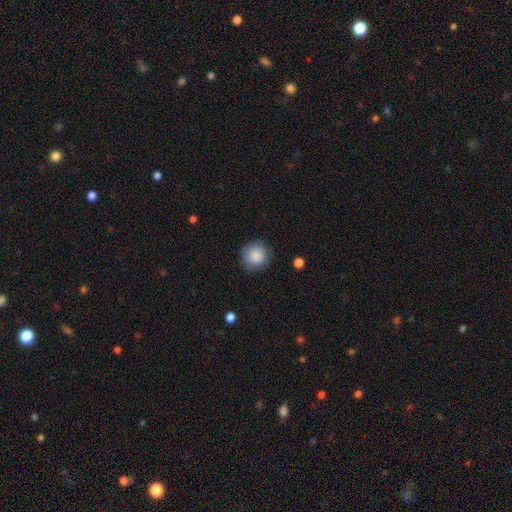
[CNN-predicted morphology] Smooth or featured?
  - smooth: 87% *
  - star or artifact: 8%
  - featured or disk: 6%
How rounded?
  - round: 92% *
  - in between: 7%
  - cigar-shaped: 1%
Merging?
  - none: 83% *
  - minor disturbance: 12%
  - major disturbance: 3%
  - merger: 1%